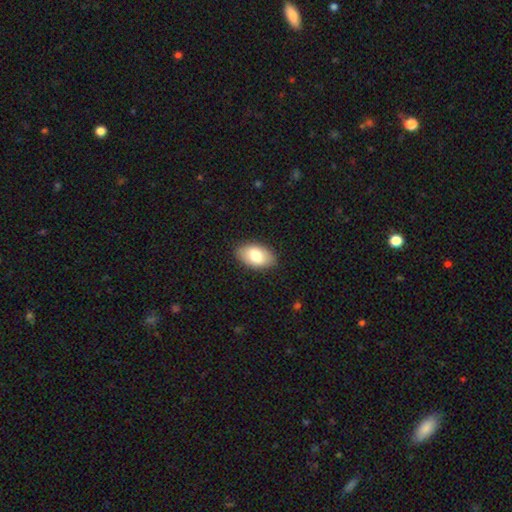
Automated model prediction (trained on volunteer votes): Smooth or featured? Predicted: smooth (p=0.78). How rounded? Predicted: in between (p=0.94). Merging? Predicted: none (p=0.87).